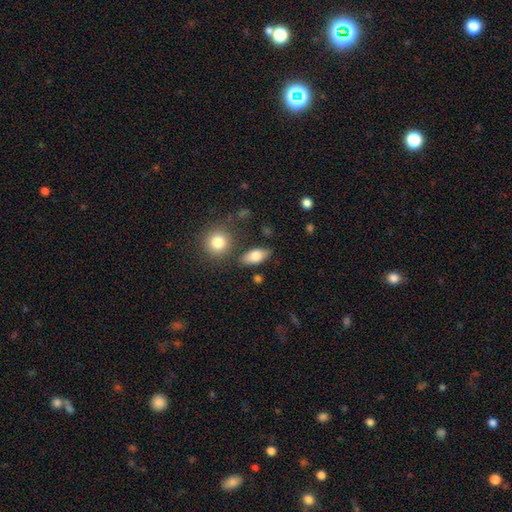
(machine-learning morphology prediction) This is likely a smooth galaxy (77%). How rounded: clearly in between (85%). Merging: likely none (79%).